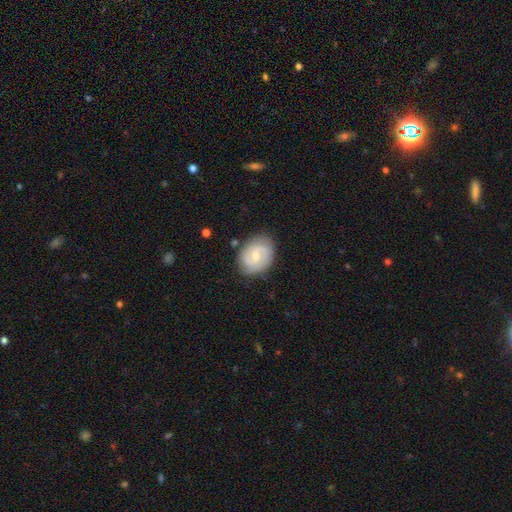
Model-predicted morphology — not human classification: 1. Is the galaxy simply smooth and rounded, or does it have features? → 73% featured or disk, 22% smooth, 5% star or artifact.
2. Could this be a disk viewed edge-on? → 98% no, 2% yes.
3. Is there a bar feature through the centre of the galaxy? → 51% weak, 42% no, 8% strong.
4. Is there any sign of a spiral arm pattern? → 93% yes, 7% no.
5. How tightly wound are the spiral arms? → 44% medium, 43% tight, 14% loose.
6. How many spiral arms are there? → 78% 2, 11% can't tell, 6% 3, 2% 1, 2% 4, 1% more than 4.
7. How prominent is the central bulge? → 60% small, 35% moderate, 3% none, 1% large, 1% dominant.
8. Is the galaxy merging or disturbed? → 81% none, 14% minor disturbance, 3% major disturbance, 2% merger.